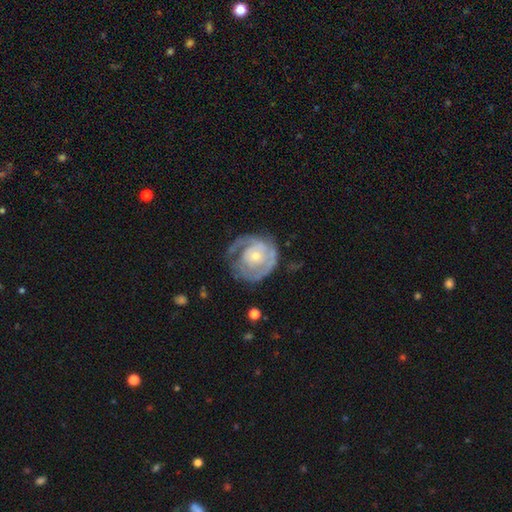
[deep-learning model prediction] Morphology: type=featured or disk (78%); edge-on=no (97%); bar=no (79%); spiral arms=yes (83%); winding=tight (65%); arm count=can't tell (33%, tied with 2); bulge=small (62%); merging=none (55%).